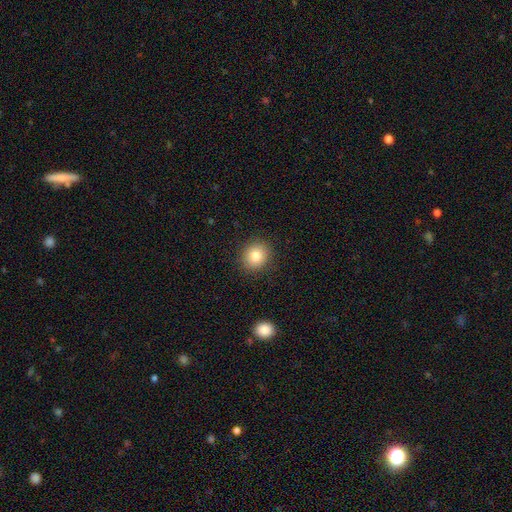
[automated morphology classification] smooth_or_featured: smooth (p=0.82) [alt: star or artifact p=0.10]
how_rounded: round (p=0.81) [alt: in between p=0.18]
merging: none (p=0.90) [alt: minor disturbance p=0.07]